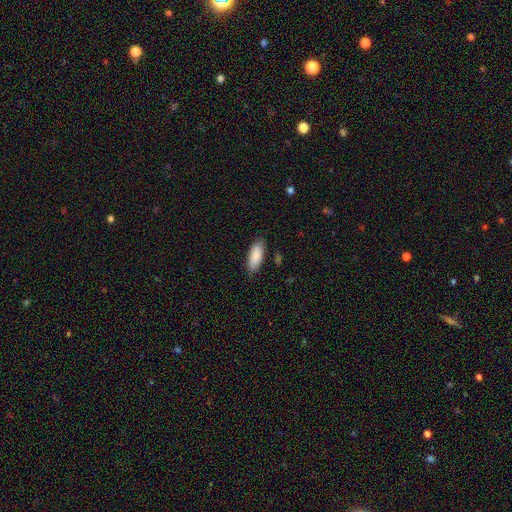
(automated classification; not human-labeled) Smooth or featured? smooth (88%)
How rounded? in between (80%)
Merging? none (83%)